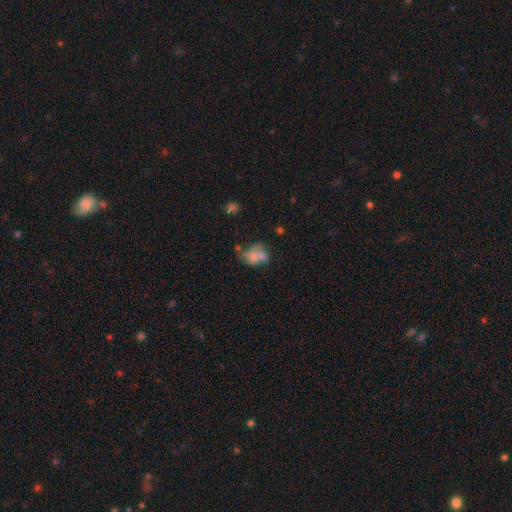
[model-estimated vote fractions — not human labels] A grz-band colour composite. It shows a smooth galaxy with no disk features (55%) that is in between round and cigar-shaped (69%). Merging: merger (35%).